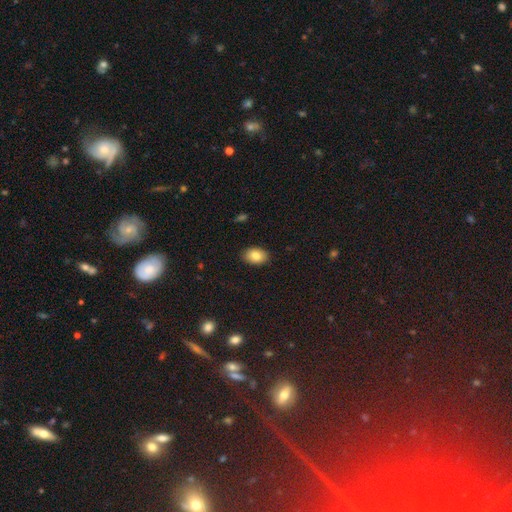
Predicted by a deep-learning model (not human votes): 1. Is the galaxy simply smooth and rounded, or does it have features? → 84% smooth, 8% featured or disk, 8% star or artifact.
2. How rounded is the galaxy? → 82% in between, 17% round, 1% cigar-shaped.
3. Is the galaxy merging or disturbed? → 88% none, 9% minor disturbance, 2% major disturbance, 1% merger.